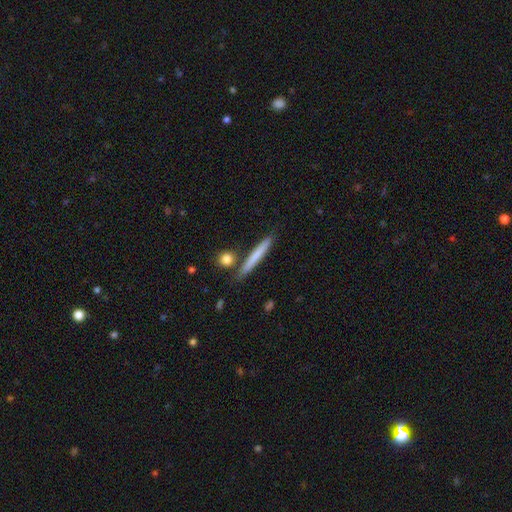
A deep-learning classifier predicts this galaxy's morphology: Smooth or featured? smooth (67%)
How rounded? cigar-shaped (95%)
Merging? none (84%)